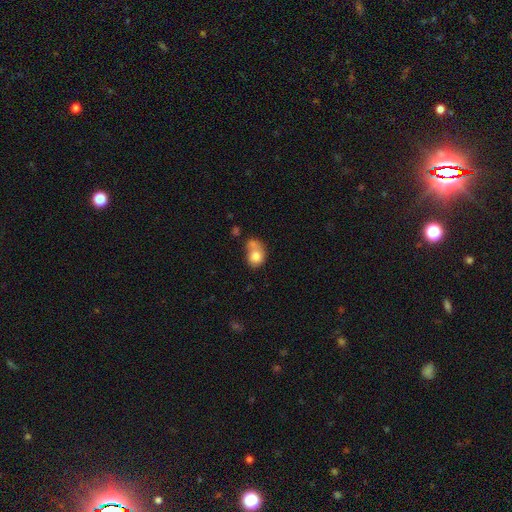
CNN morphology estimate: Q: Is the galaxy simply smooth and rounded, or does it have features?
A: smooth — 77%.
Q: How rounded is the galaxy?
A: in between — 50%.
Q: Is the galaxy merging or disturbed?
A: merger — 39%.